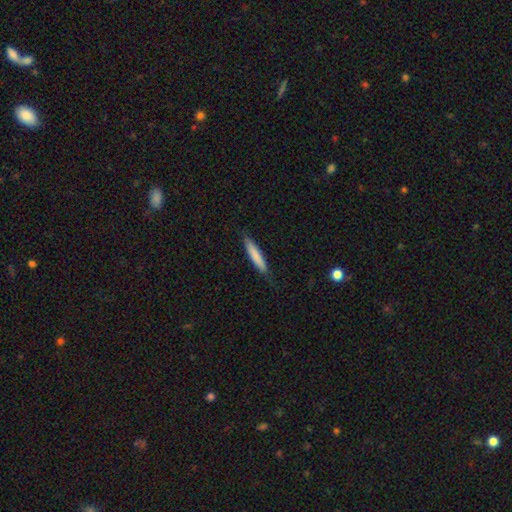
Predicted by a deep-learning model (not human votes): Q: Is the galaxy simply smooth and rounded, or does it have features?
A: smooth — 80%.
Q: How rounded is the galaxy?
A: cigar-shaped — 89%.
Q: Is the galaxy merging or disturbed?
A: none — 83%.